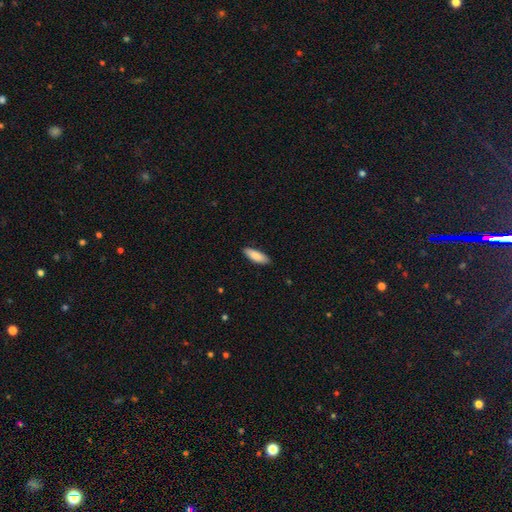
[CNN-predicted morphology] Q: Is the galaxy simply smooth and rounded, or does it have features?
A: smooth — 87%.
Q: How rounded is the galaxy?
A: in between — 61%.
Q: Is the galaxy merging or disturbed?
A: none — 87%.